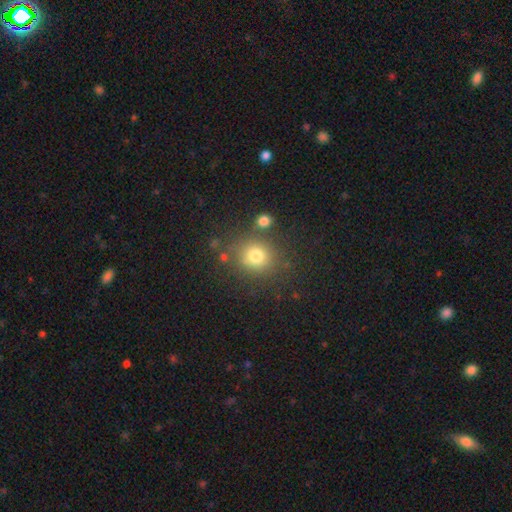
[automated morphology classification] Smooth or featured? Predicted: smooth (p=0.76). How rounded? Predicted: round (p=0.80). Merging? Predicted: none (p=0.75).